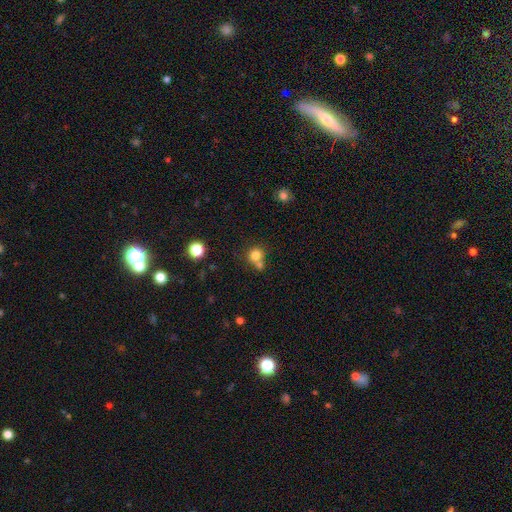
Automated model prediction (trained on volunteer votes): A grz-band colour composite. It shows a smooth galaxy with no disk features (79%) that is round (88%). Merging: none (54%).